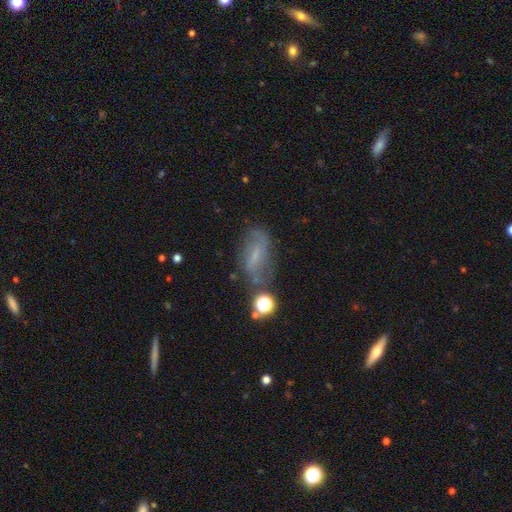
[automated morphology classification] The model was most divided on "smooth or featured": featured or disk: 49%, smooth: 36%, star or artifact: 15%. More confident: merging — none (56%).